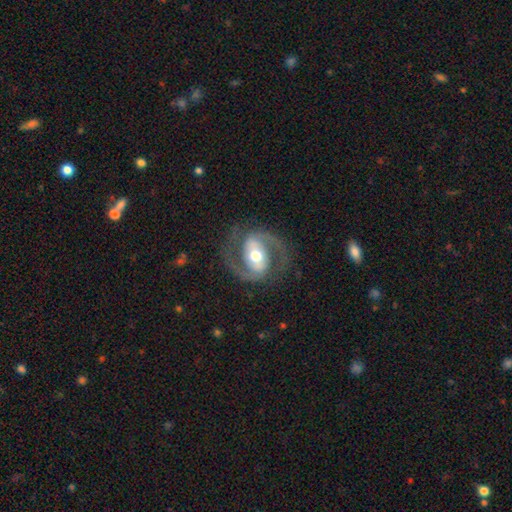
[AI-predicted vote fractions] This appears to be a featured or disk galaxy (89%) with a strong bar (37%), 2 (93%) medium (60%) spiral arms (94%) and a moderate central bulge (70%). Merging: none (80%).